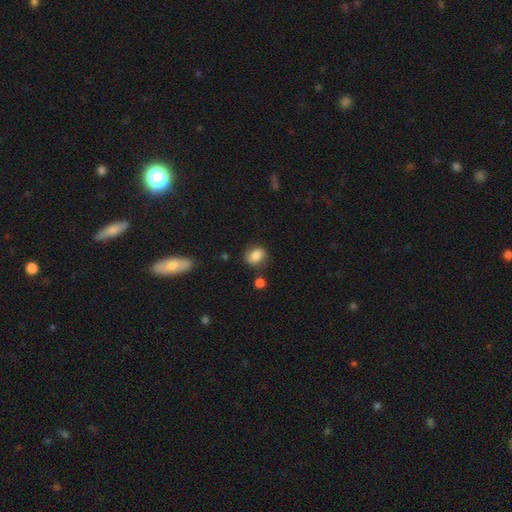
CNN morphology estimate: Smooth or featured: smooth — 79% (featured or disk — 12%)
How rounded: in between — 50% (round — 49%)
Merging: none — 76% (minor disturbance — 16%)